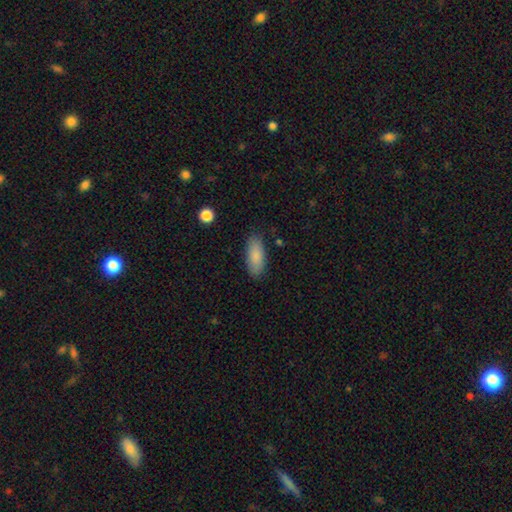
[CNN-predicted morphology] smooth 87%, featured or disk 7%, star or artifact 6%. Down the decision tree: how rounded — in between (80%); merging — none (86%).